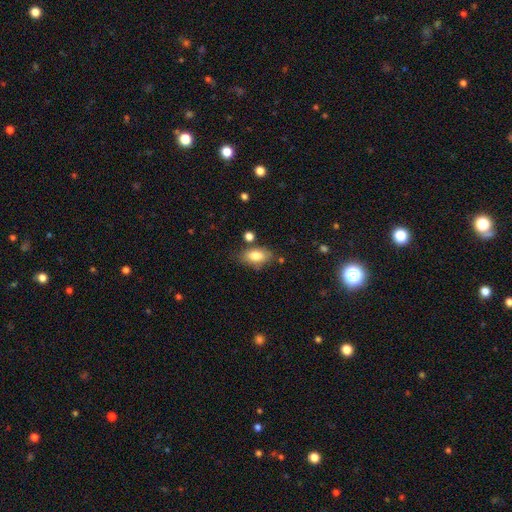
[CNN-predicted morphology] smooth-or-featured: smooth: 81% | featured or disk: 12% | star or artifact: 8%
  how-rounded: in between: 89% | round: 6% | cigar-shaped: 5%
  merging: none: 71% | minor disturbance: 18% | merger: 7% | major disturbance: 4%